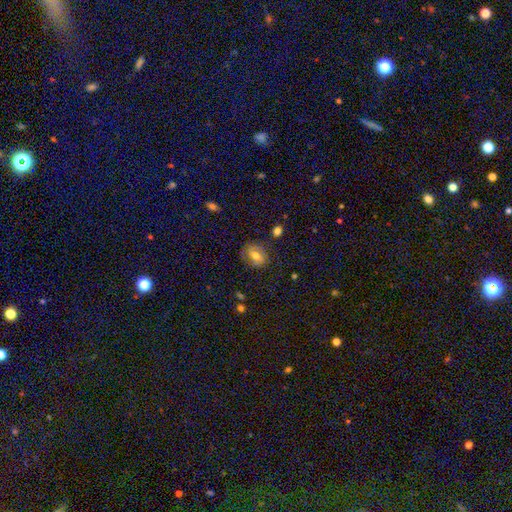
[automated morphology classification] Overall: smooth (60%; featured or disk 29%). How rounded: in between (55%; round 43%). Merging: none (75%).